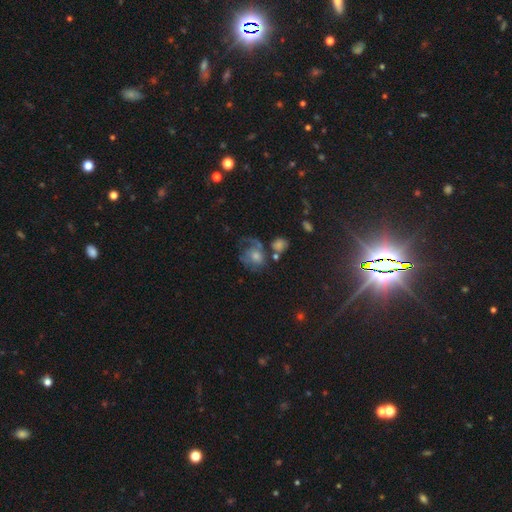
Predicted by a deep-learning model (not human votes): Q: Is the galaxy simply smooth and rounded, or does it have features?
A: featured or disk — 54%.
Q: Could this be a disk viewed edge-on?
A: no — 96%.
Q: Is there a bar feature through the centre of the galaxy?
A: no — 77%.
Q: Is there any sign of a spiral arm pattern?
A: yes — 78%.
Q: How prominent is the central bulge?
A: moderate — 55%.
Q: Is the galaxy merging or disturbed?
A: none — 45%.